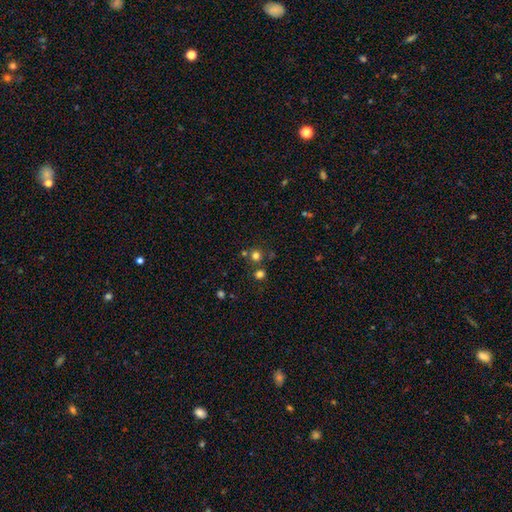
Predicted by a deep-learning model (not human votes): Smooth or featured?
  - smooth: 72% *
  - star or artifact: 21%
  - featured or disk: 7%
How rounded?
  - round: 92% *
  - in between: 7%
  - cigar-shaped: 1%
Merging?
  - none: 74% *
  - merger: 16%
  - minor disturbance: 7%
  - major disturbance: 3%